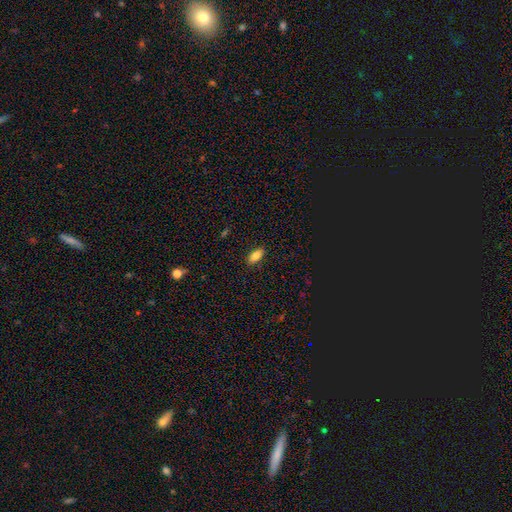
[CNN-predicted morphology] Q: Smooth or featured?
A: smooth (85%); runner-up: star or artifact (9%)
Q: How rounded?
A: in between (89%); runner-up: cigar-shaped (8%)
Q: Merging?
A: none (88%); runner-up: minor disturbance (9%)